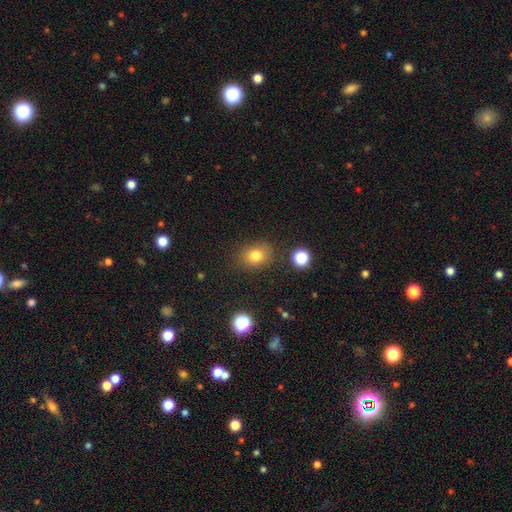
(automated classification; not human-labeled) Morphology: type=smooth (78%); roundness=round (54%); merging=none (82%).